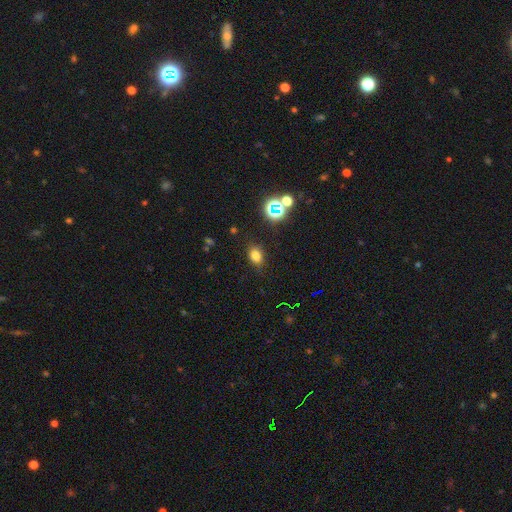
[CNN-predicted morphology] This is likely a smooth galaxy (74%). How rounded: likely in between (66%). Merging: clearly none (84%).